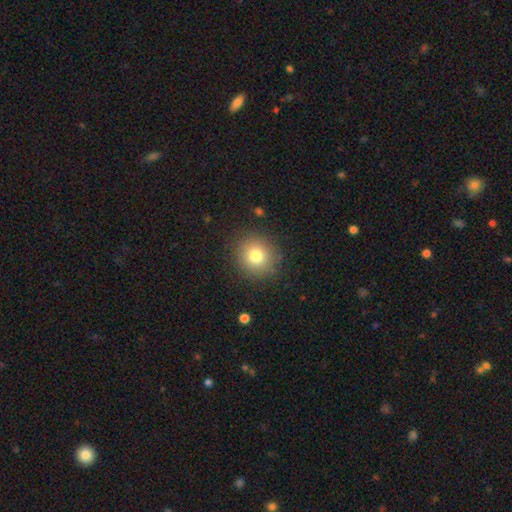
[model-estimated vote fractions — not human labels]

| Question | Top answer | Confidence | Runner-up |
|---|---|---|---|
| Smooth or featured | smooth | 77% | star or artifact (13%) |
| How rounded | round | 90% | in between (9%) |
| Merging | none | 88% | minor disturbance (7%) |